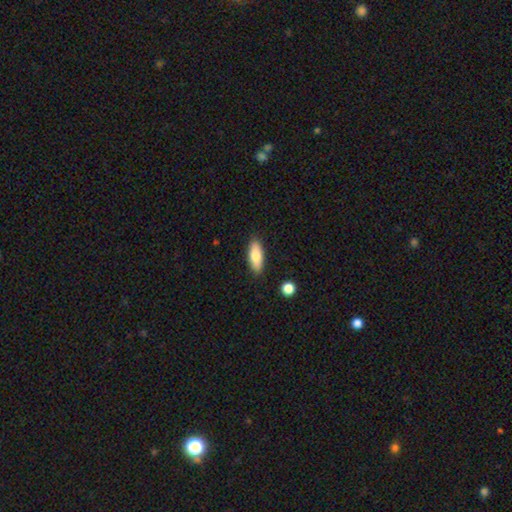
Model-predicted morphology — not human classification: smooth 76%, featured or disk 18%, star or artifact 6%. Down the decision tree: how rounded — in between (72%); merging — none (88%).